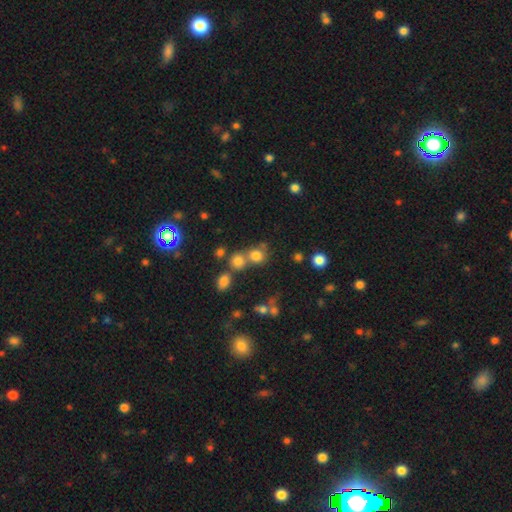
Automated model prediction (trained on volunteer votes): This is likely a smooth galaxy (75%). How rounded: clearly round (83%). Merging: possibly none (50%).